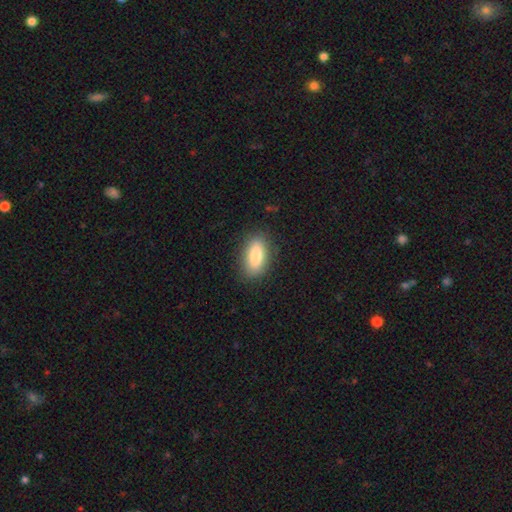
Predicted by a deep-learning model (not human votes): smooth_or_featured: smooth (p=0.84) [alt: featured or disk p=0.09]
how_rounded: in between (p=0.83) [alt: cigar-shaped p=0.13]
merging: none (p=0.86) [alt: minor disturbance p=0.10]